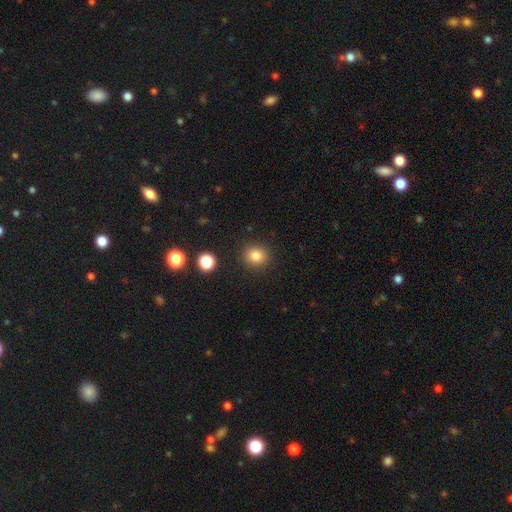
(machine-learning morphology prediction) The model was most divided on "how rounded": round: 83%, in between: 16%, cigar-shaped: 1%. More confident: merging — none (89%); smooth or featured — smooth (83%).